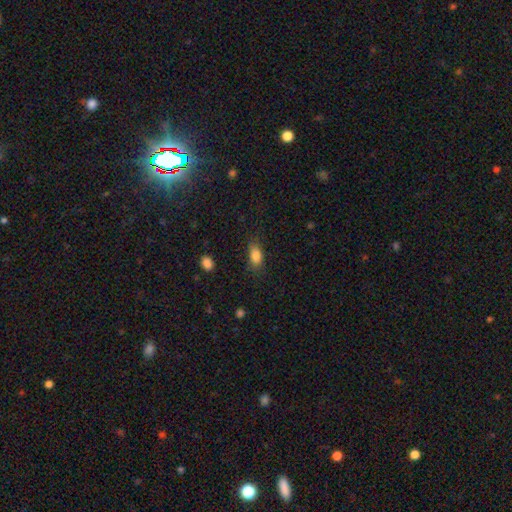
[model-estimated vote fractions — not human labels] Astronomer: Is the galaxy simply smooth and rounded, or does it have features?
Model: smooth — 85%.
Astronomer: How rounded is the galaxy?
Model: in between — 84%.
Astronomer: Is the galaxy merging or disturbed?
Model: none — 75%.